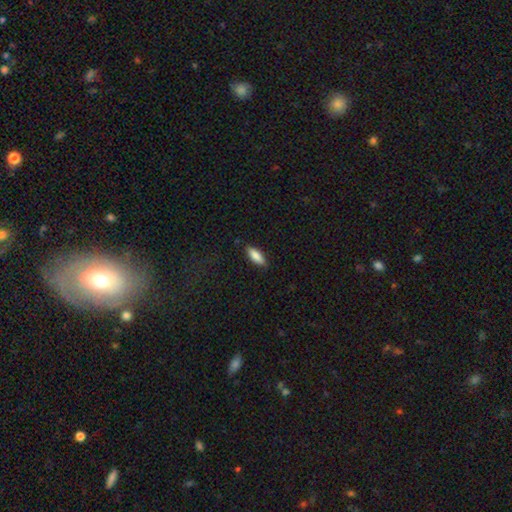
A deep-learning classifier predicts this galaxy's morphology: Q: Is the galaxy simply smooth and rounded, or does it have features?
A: smooth — 85%.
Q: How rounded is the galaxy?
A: in between — 68%.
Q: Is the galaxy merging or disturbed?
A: none — 85%.